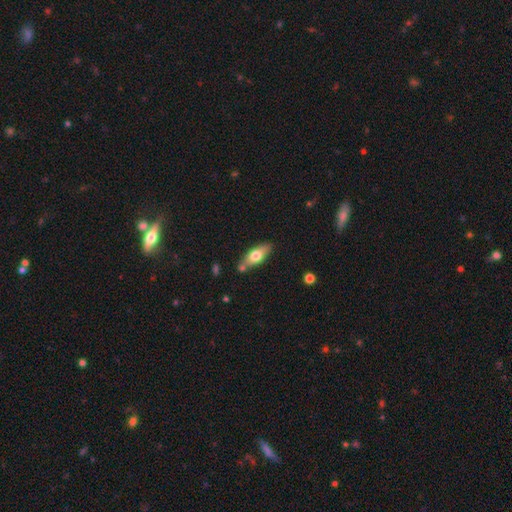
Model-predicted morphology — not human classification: Smooth or featured? smooth (62%)
How rounded? in between (65%)
Merging? none (74%)